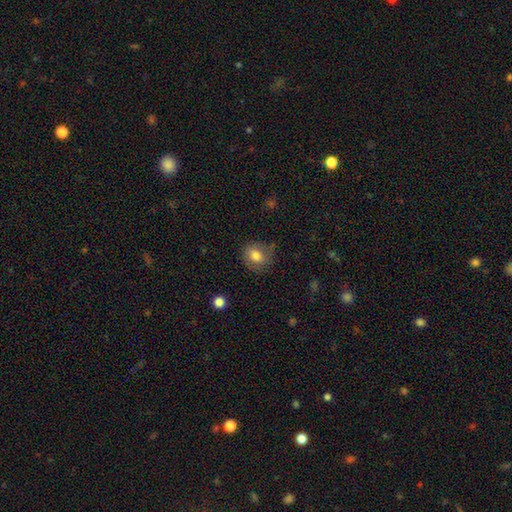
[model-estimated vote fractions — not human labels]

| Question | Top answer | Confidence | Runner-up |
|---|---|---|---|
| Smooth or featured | smooth | 78% | featured or disk (13%) |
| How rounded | round | 65% | in between (34%) |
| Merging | none | 76% | minor disturbance (18%) |